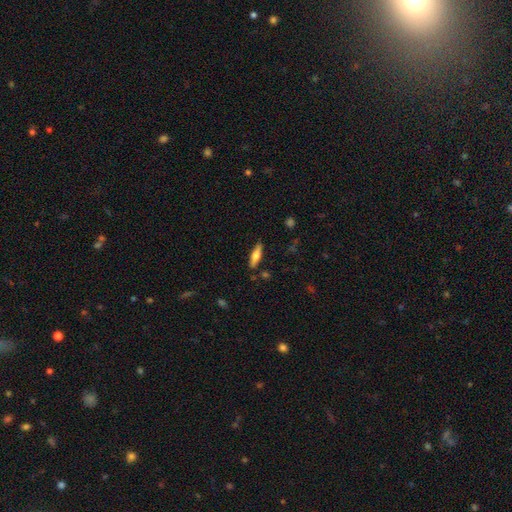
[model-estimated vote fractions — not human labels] A smooth galaxy with no disk features (58%) that is cigar-shaped (61%). Merging: none (85%).